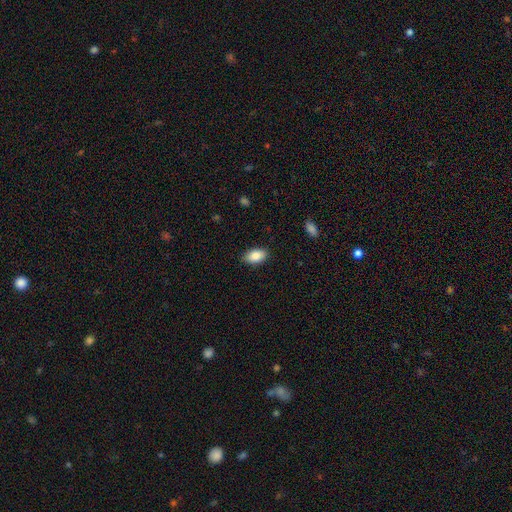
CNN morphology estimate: This is clearly a smooth galaxy (86%). How rounded: clearly in between (92%). Merging: clearly none (87%).